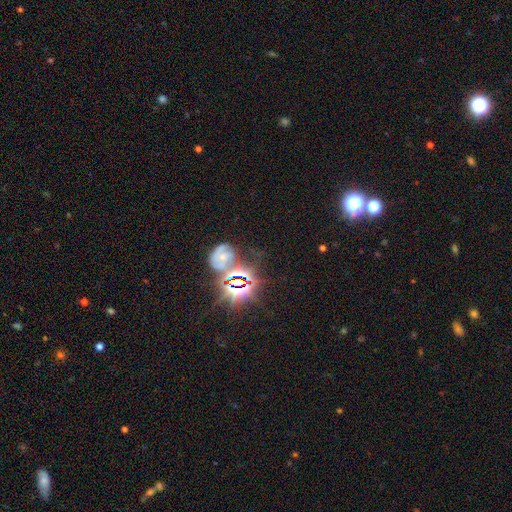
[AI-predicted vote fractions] This appears to be a star or artifact, not a galaxy (73%).